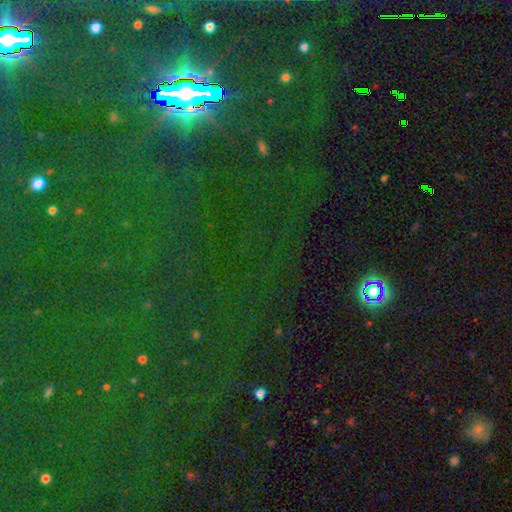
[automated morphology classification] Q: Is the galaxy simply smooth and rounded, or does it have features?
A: star or artifact — 83%.